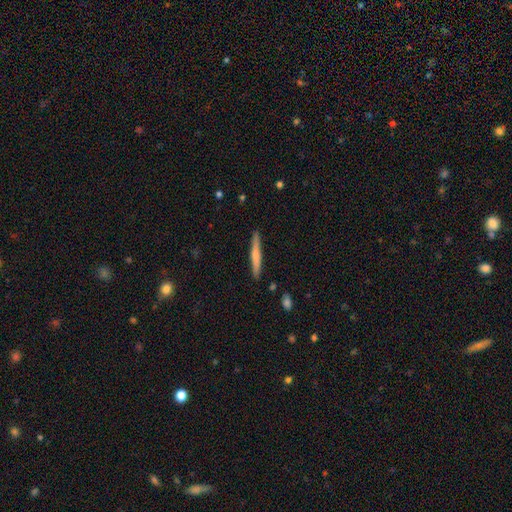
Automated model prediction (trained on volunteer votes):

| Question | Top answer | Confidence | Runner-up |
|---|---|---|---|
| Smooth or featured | smooth | 57% | featured or disk (38%) |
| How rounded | cigar-shaped | 96% | in between (3%) |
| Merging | none | 90% | minor disturbance (7%) |